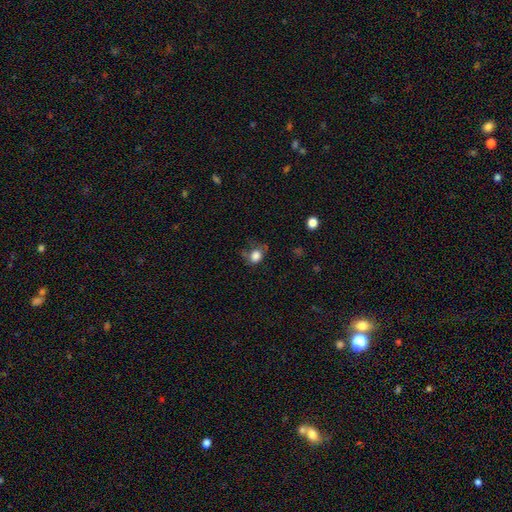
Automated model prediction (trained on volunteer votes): Smooth or featured: smooth — 80% (star or artifact — 11%)
How rounded: in between — 50% (round — 48%)
Merging: none — 47% (minor disturbance — 30%)